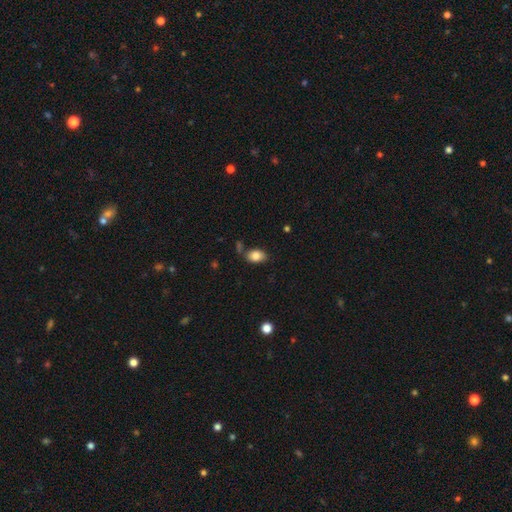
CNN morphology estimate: type=smooth (84%); roundness=in between (86%); merging=none (71%).